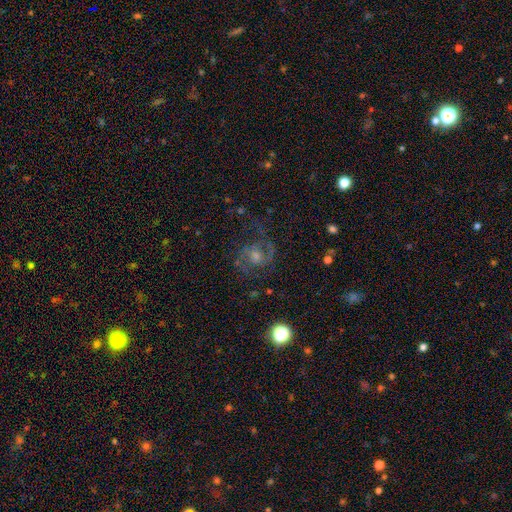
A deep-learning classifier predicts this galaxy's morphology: A featured or disk galaxy (74%) with no bar (60%), 2 (74%) medium (53%) spiral arms (93%) and a moderate central bulge (53%). Merging: none (68%).